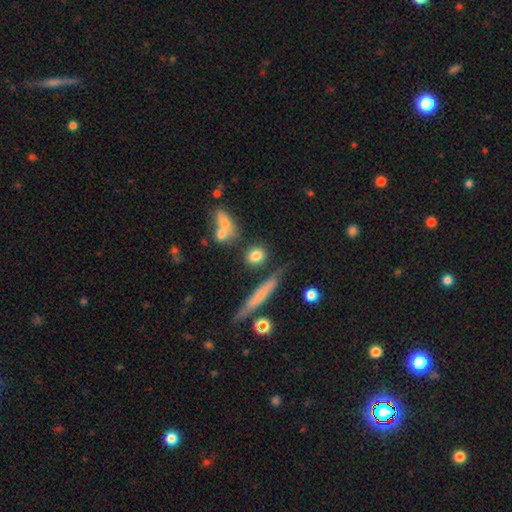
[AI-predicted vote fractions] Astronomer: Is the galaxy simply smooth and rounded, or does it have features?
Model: smooth — 80%.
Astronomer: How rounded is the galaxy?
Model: round — 59%.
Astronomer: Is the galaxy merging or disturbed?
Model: none — 73%.